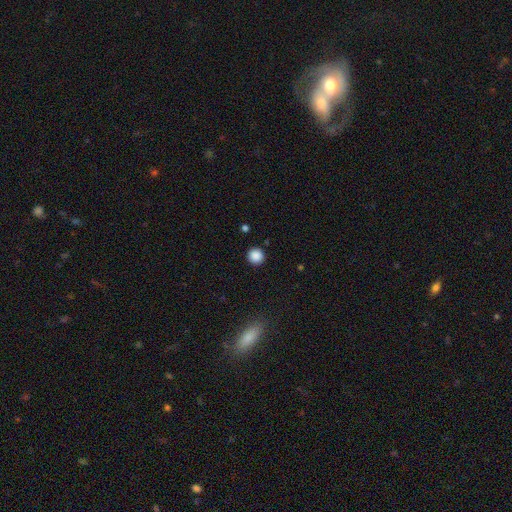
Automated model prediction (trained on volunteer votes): smooth_or_featured: smooth (p=0.87) [alt: star or artifact p=0.10]
how_rounded: round (p=0.95) [alt: in between p=0.04]
merging: none (p=0.91) [alt: minor disturbance p=0.05]